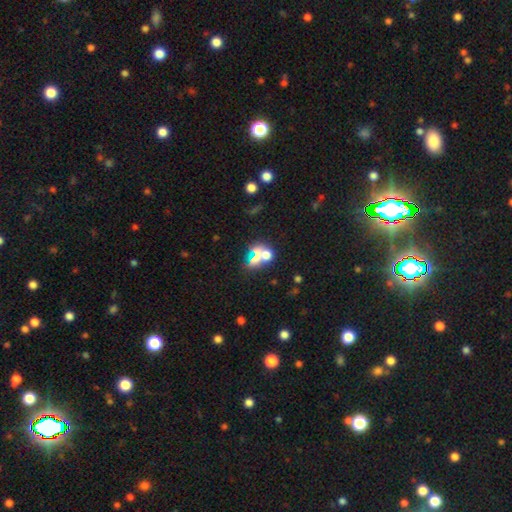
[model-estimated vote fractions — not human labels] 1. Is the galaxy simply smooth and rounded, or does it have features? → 47% smooth, 35% star or artifact, 18% featured or disk.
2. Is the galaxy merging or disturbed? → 45% none, 38% merger, 10% minor disturbance, 8% major disturbance.